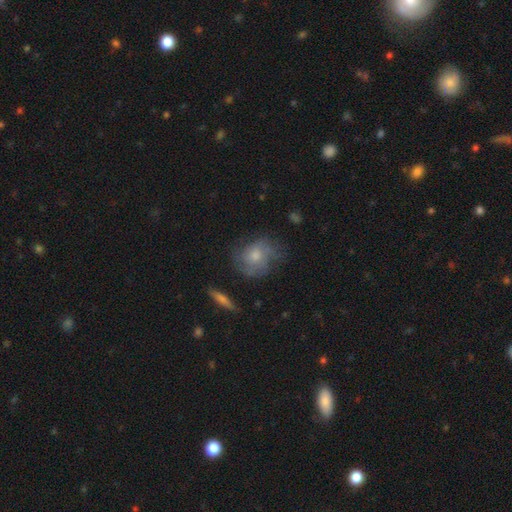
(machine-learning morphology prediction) type=smooth (49%); merging=none (57%).